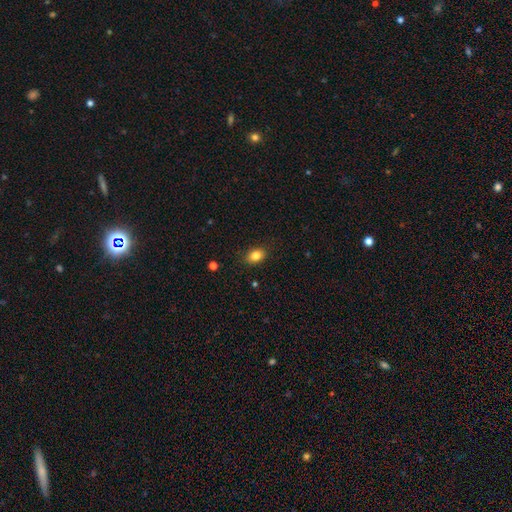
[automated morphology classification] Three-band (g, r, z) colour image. It shows a smooth galaxy with no disk features (83%) that is in between round and cigar-shaped (76%). Merging: none (87%).